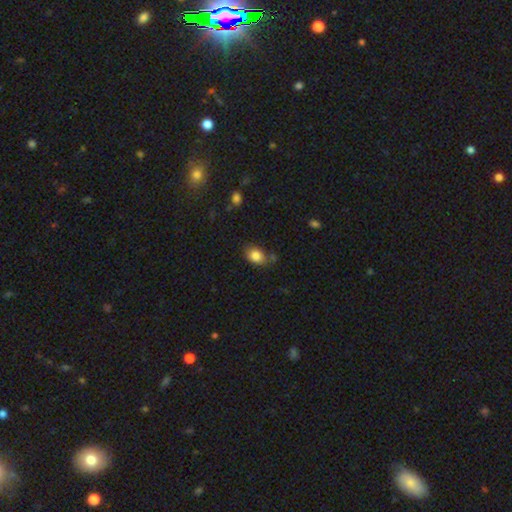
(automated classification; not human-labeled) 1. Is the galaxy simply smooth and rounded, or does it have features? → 84% smooth, 9% star or artifact, 7% featured or disk.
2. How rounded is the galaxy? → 69% in between, 30% round, 1% cigar-shaped.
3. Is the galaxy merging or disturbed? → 69% none, 19% minor disturbance, 7% merger, 5% major disturbance.